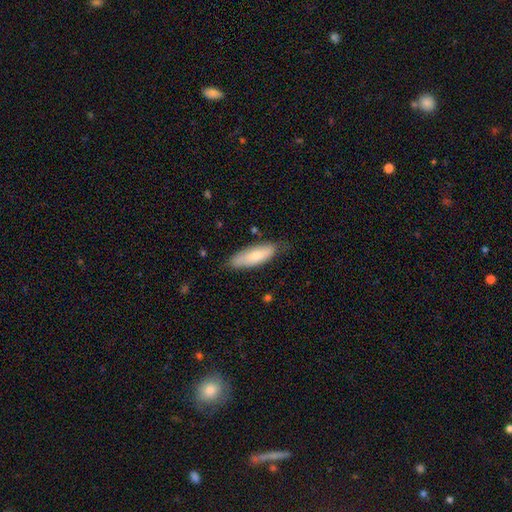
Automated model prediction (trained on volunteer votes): This is likely a smooth galaxy (73%). How rounded: likely in between (60%). Merging: likely none (73%).